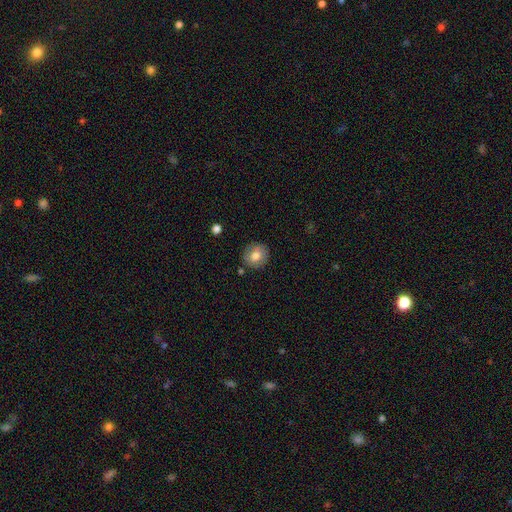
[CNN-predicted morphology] Smooth or featured? smooth (77%)
How rounded? round (89%)
Merging? none (86%)